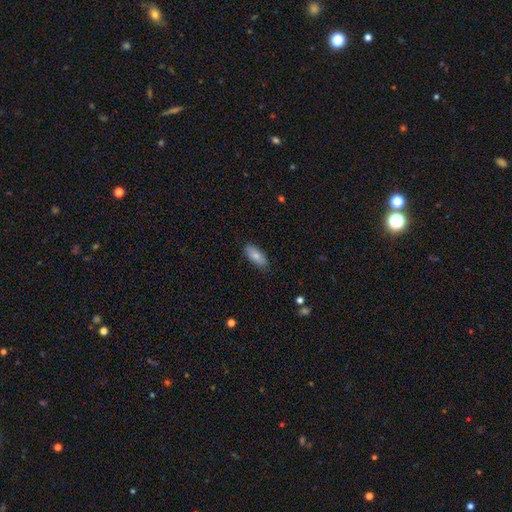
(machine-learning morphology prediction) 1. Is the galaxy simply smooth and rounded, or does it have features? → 82% smooth, 11% featured or disk, 6% star or artifact.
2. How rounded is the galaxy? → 80% in between, 18% cigar-shaped, 2% round.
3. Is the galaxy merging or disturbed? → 84% none, 12% minor disturbance, 2% major disturbance, 1% merger.